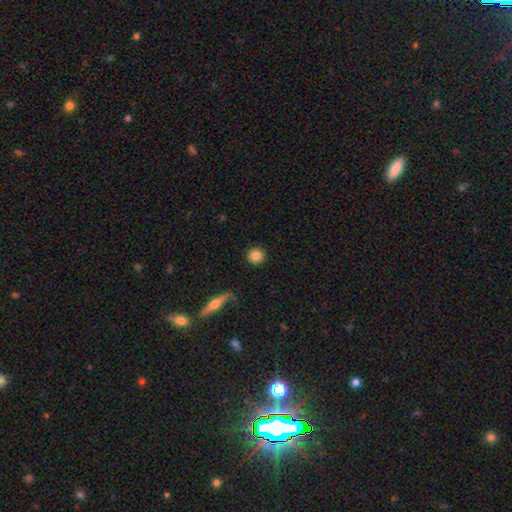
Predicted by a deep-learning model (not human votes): Smooth or featured?
  - smooth: 85% *
  - star or artifact: 8%
  - featured or disk: 7%
How rounded?
  - round: 95% *
  - in between: 4%
  - cigar-shaped: 1%
Merging?
  - none: 91% *
  - minor disturbance: 5%
  - major disturbance: 2%
  - merger: 2%